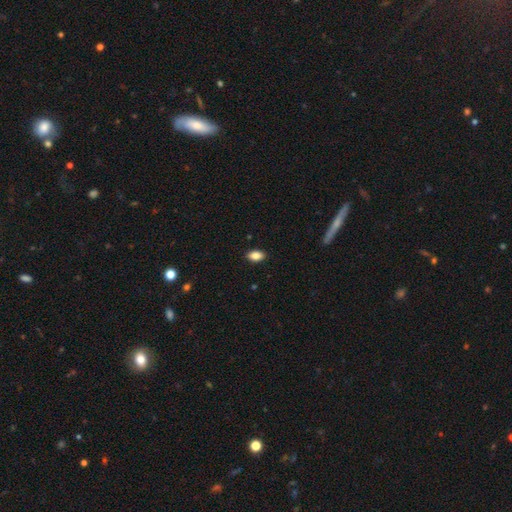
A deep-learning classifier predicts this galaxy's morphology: smooth_or_featured: smooth (p=0.85) [alt: star or artifact p=0.08]
how_rounded: in between (p=0.89) [alt: round p=0.08]
merging: none (p=0.89) [alt: minor disturbance p=0.08]